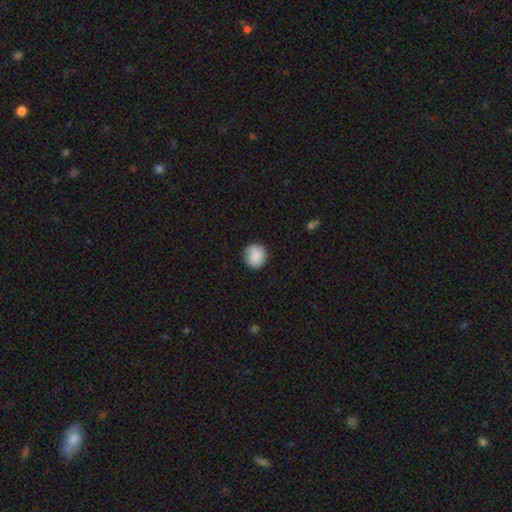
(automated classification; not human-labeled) Overall: smooth (86%). How rounded: round (90%). Merging: none (80%).